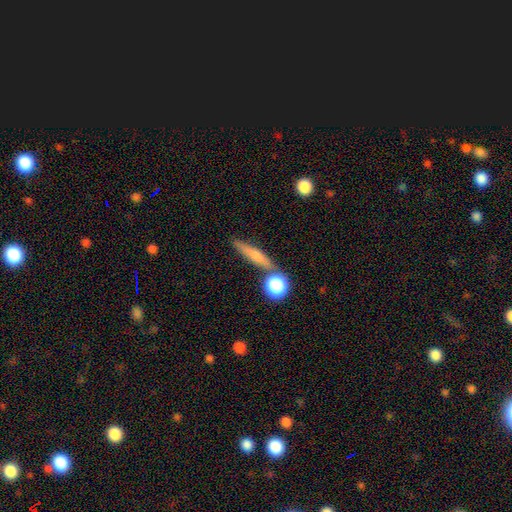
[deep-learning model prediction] smooth-or-featured: smooth: 58% | featured or disk: 33% | star or artifact: 10%
  how-rounded: cigar-shaped: 76% | in between: 15% | round: 9%
  merging: none: 74% | merger: 12% | minor disturbance: 11% | major disturbance: 3%